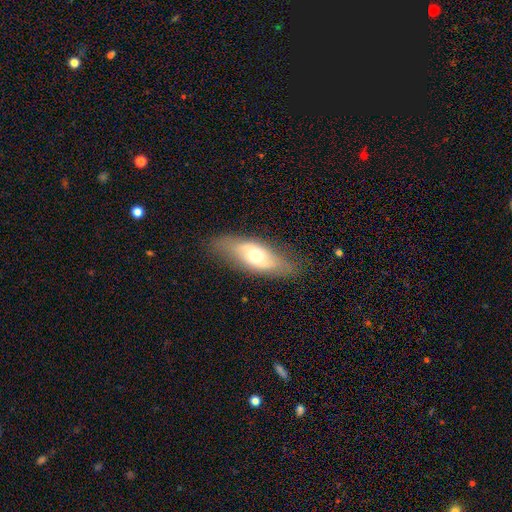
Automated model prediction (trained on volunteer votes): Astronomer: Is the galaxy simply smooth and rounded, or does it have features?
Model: featured or disk — 51% (runner-up: smooth, 42%).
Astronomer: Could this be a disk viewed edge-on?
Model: no — 76%.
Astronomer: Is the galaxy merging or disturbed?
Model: none — 78%.